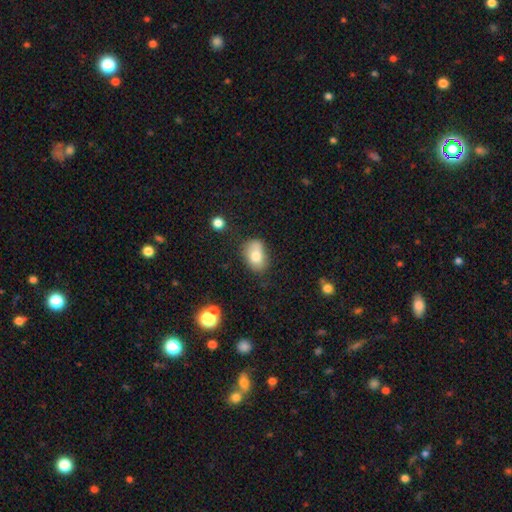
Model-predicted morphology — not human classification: Smooth or featured: smooth — 76% (featured or disk — 15%)
How rounded: in between — 79% (round — 20%)
Merging: none — 58% (minor disturbance — 26%)